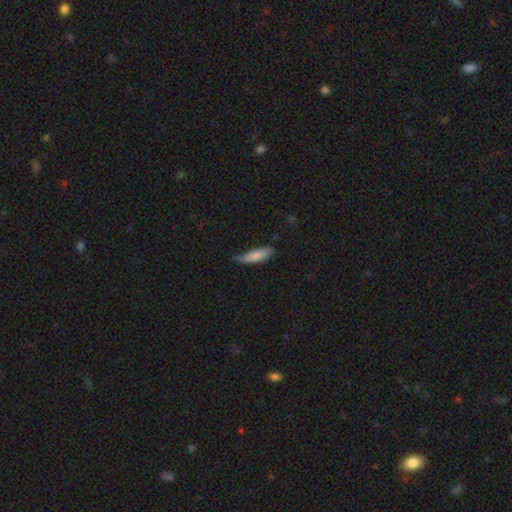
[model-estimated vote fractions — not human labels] Q: Smooth or featured?
A: smooth (80%); runner-up: featured or disk (15%)
Q: How rounded?
A: cigar-shaped (58%); runner-up: in between (40%)
Q: Merging?
A: none (53%); runner-up: minor disturbance (38%)